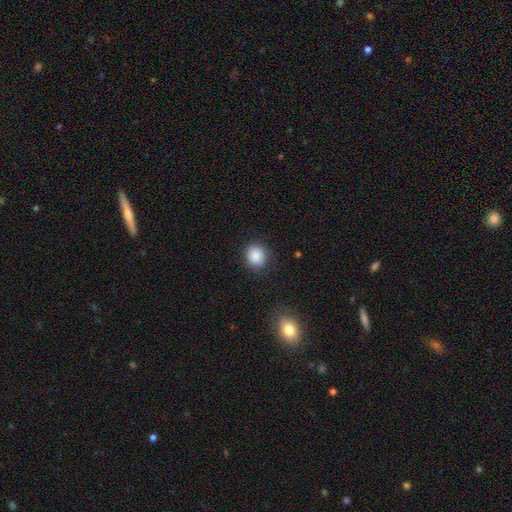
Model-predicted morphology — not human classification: smooth 86%, star or artifact 9%, featured or disk 5%. Down the decision tree: how rounded — round (78%); merging — none (83%).